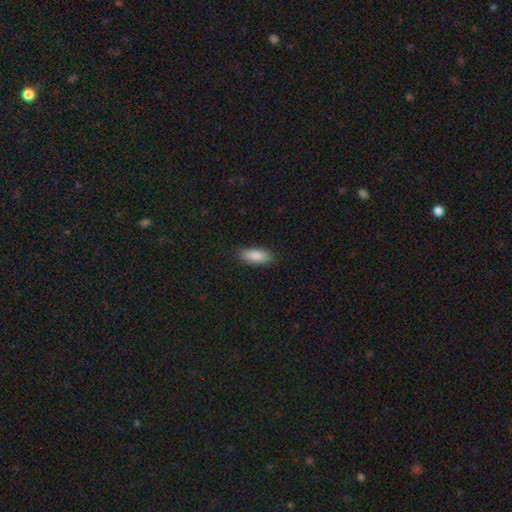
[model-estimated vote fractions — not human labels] This is clearly a smooth galaxy (88%). How rounded: clearly in between (82%). Merging: clearly none (88%).